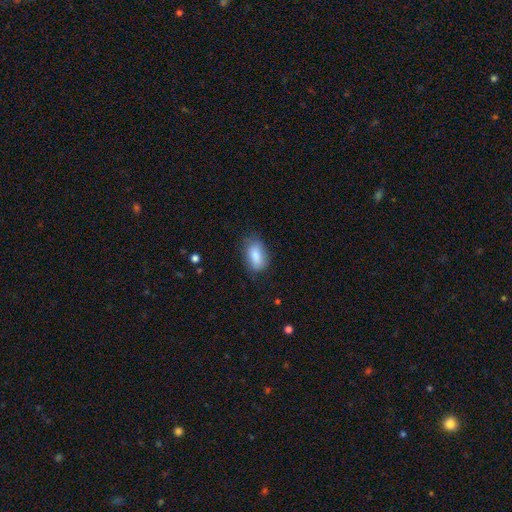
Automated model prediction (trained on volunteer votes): A smooth galaxy with no disk features (83%) that is in between round and cigar-shaped (89%). Merging: none (74%).